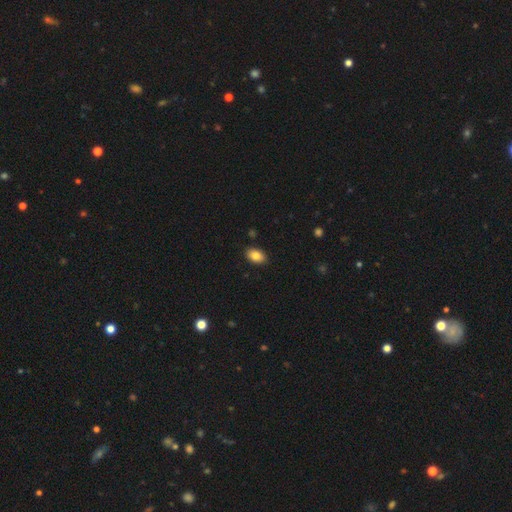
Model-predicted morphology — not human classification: The model was most divided on "smooth or featured": smooth: 84%, featured or disk: 8%, star or artifact: 8%. More confident: how rounded — in between (89%); merging — none (89%).